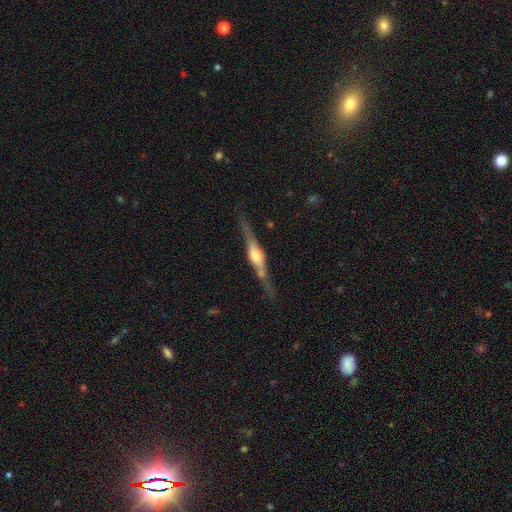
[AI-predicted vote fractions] Overall: featured or disk (78%). Edge-on disk: yes (97%). Edge-on bulge: rounded (82%). Merging: none (78%).